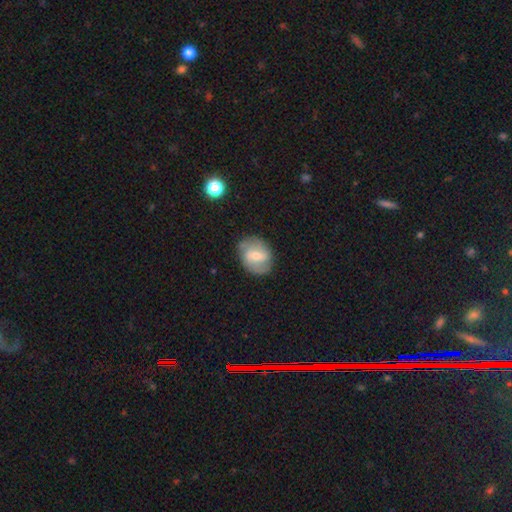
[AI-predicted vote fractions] Smooth or featured? Predicted: featured or disk (p=0.58). Edge-on disk? Predicted: no (p=0.96). Bar? Predicted: weak (p=0.51). Spiral arms? Predicted: yes (p=0.78). Bulge size? Predicted: small (p=0.47). Merging? Predicted: none (p=0.76).